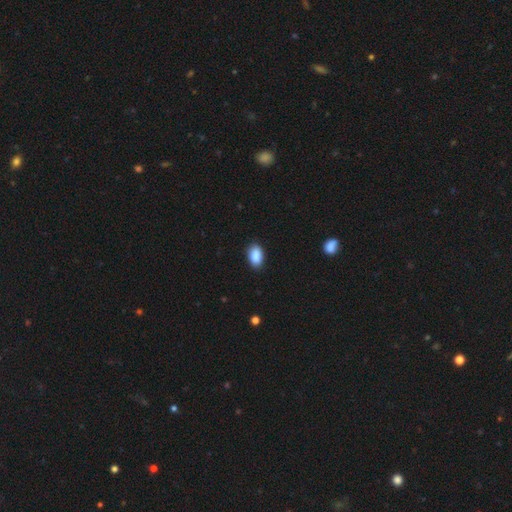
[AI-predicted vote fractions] A smooth galaxy with no disk features (90%) that is in between round and cigar-shaped (92%).

Vote fractions:
- Smooth or featured? smooth: 90% / star or artifact: 7% / featured or disk: 3%
- How rounded? in between: 92% / round: 6% / cigar-shaped: 2%
- Merging? none: 87% / minor disturbance: 10% / major disturbance: 2% / merger: 1%